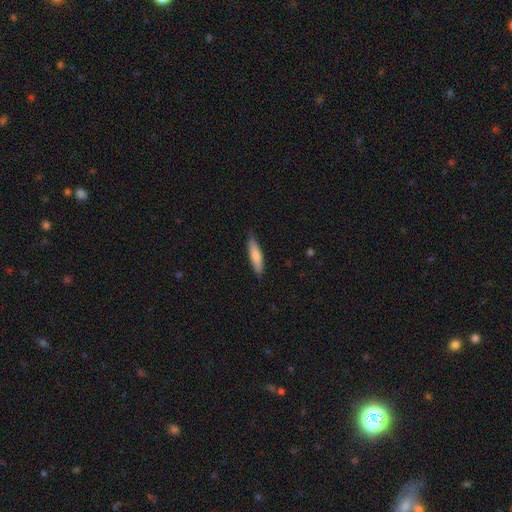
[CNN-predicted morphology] A smooth galaxy with no disk features (78%) that is cigar-shaped (74%).

Vote fractions:
- Smooth or featured? smooth: 78% / featured or disk: 17% / star or artifact: 5%
- How rounded? cigar-shaped: 74% / in between: 25% / round: 1%
- Merging? none: 82% / minor disturbance: 15% / major disturbance: 2% / merger: 1%